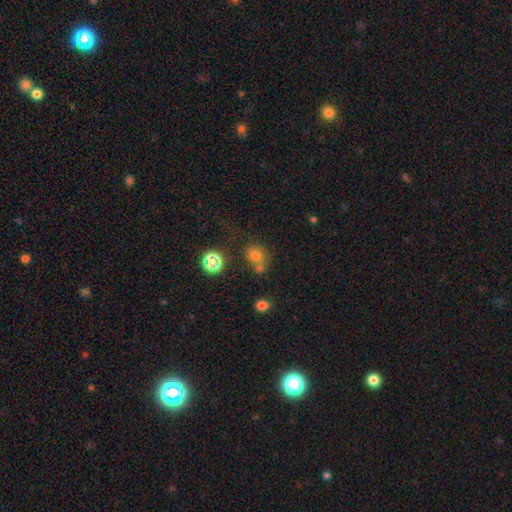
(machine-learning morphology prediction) Overall: smooth (68%). How rounded: round (70%). Merging: none (52%; merger 29%).